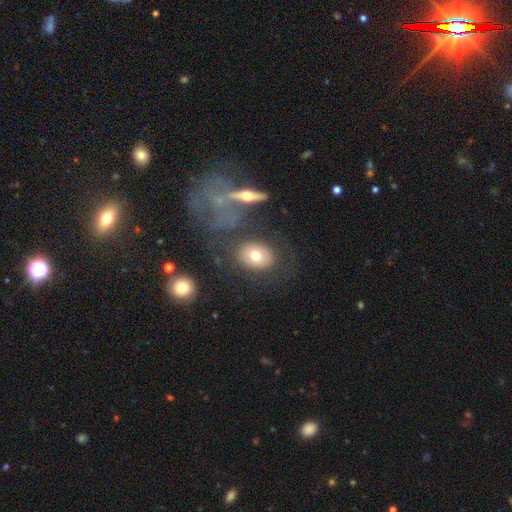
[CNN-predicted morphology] This is likely a smooth galaxy (69%). How rounded: likely in between (61%). Merging: likely none (75%).